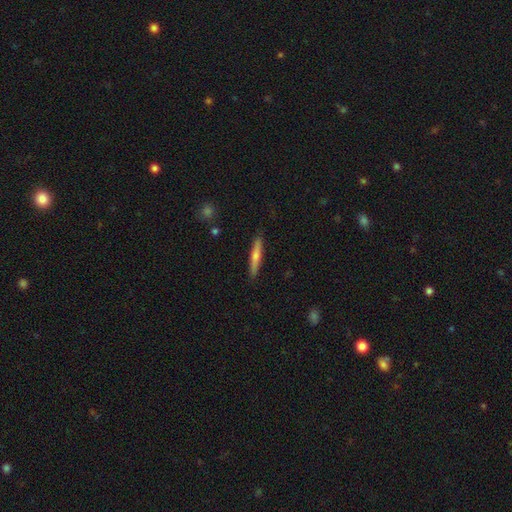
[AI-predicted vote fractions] Morphology: type=smooth (55%); roundness=cigar-shaped (93%); merging=none (90%).